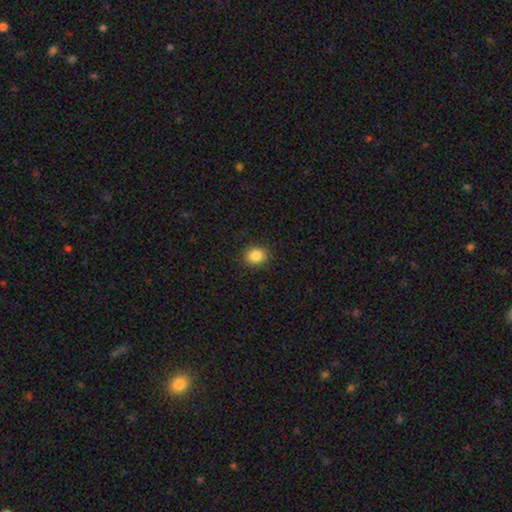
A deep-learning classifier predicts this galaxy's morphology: Overall: smooth (86%). How rounded: round (58%; in between 41%). Merging: none (88%).